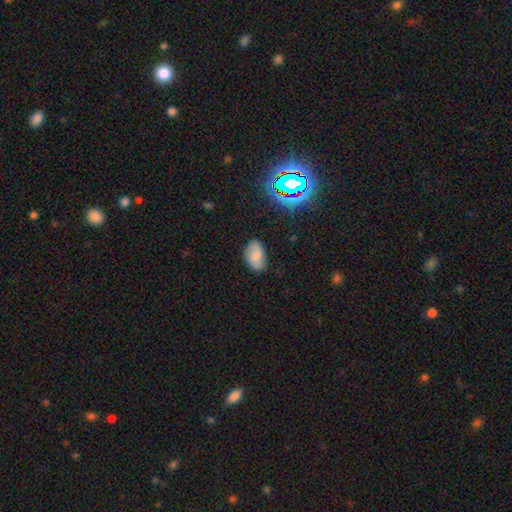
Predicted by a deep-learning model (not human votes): Smooth or featured? smooth (56%)
How rounded? in between (89%)
Merging? none (77%)